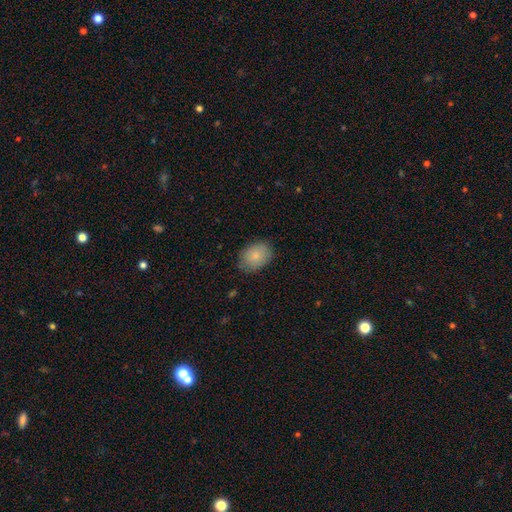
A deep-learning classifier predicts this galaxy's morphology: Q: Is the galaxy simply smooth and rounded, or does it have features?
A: smooth — 83%.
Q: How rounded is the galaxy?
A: in between — 76%.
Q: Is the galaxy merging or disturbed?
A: none — 80%.